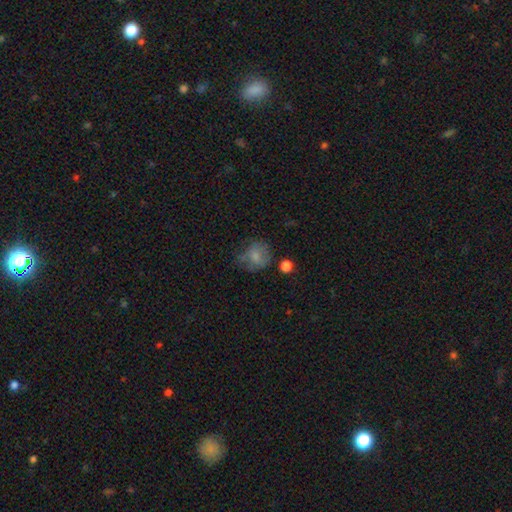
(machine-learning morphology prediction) smooth_or_featured: smooth (p=0.71) [alt: featured or disk p=0.18]
how_rounded: round (p=0.67) [alt: in between p=0.32]
merging: none (p=0.48) [alt: minor disturbance p=0.27]